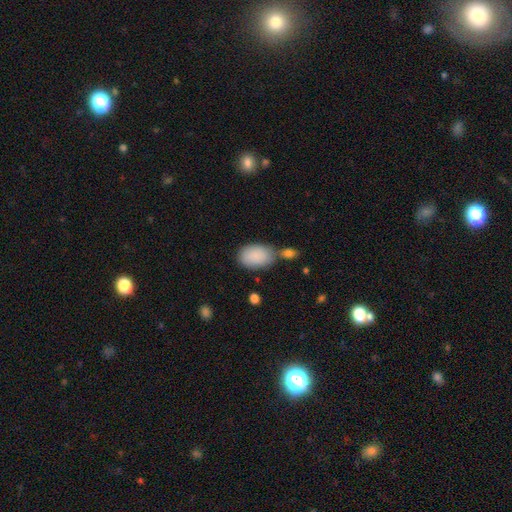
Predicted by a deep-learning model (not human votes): Smooth or featured? smooth (88%)
How rounded? in between (91%)
Merging? none (54%)